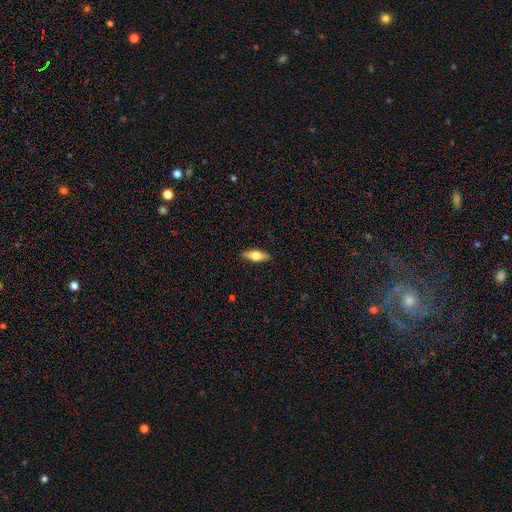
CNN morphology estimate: This is likely a smooth galaxy (64%). How rounded: likely in between (71%). Merging: clearly none (88%).